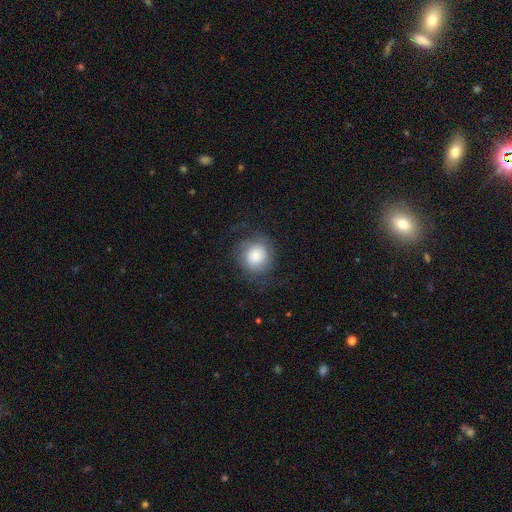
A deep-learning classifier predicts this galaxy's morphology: Smooth or featured: smooth — 68% (featured or disk — 24%)
How rounded: round — 89% (in between — 10%)
Merging: none — 73% (minor disturbance — 16%)